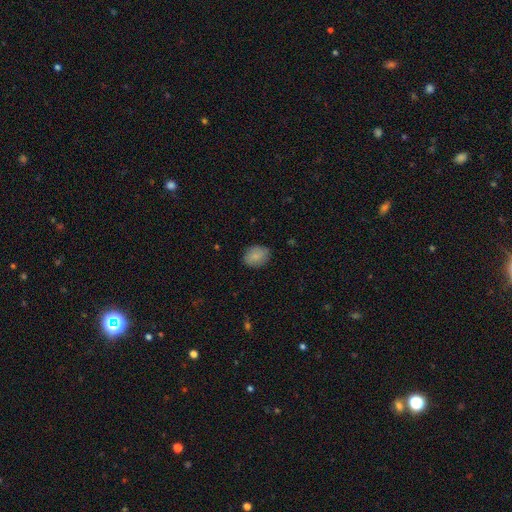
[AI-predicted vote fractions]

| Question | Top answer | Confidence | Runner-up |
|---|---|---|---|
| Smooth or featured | smooth | 82% | featured or disk (11%) |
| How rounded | in between | 60% | round (39%) |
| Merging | none | 81% | minor disturbance (15%) |